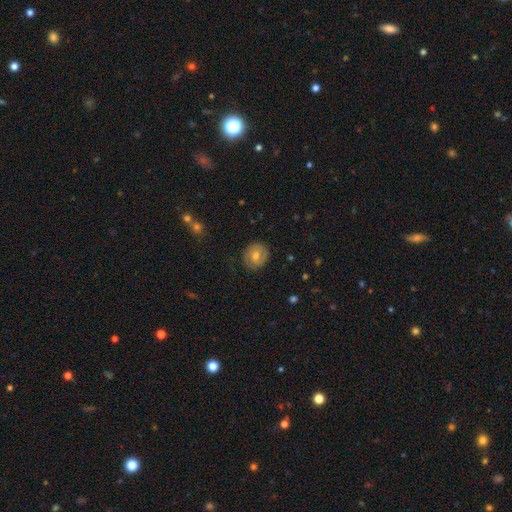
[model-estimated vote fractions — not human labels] Overall: smooth (47%; featured or disk 43%). Merging: none (83%).